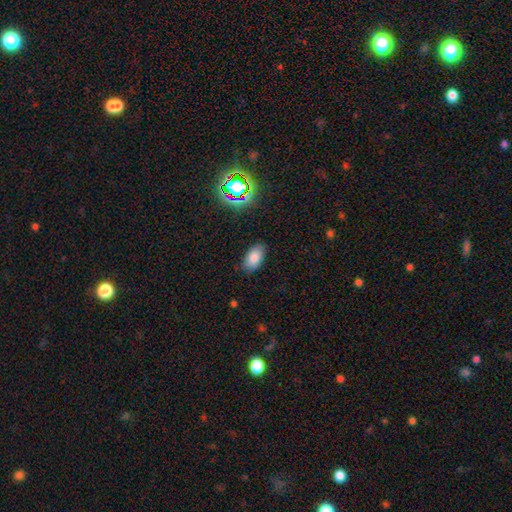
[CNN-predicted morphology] A smooth galaxy with no disk features (79%) that is in between round and cigar-shaped (93%). Merging: none (84%).